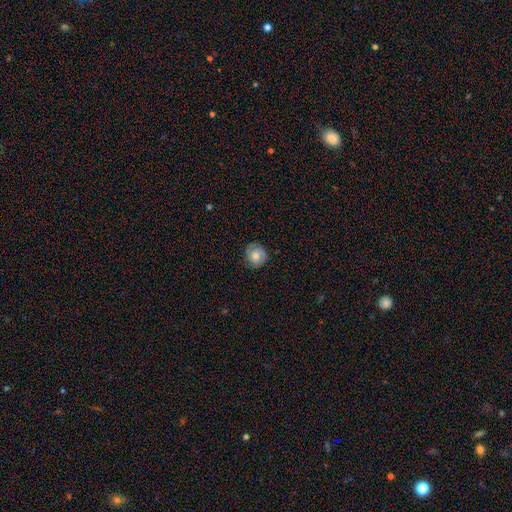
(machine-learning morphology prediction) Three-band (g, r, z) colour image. It shows a featured or disk galaxy (49%). Merging: none (79%).